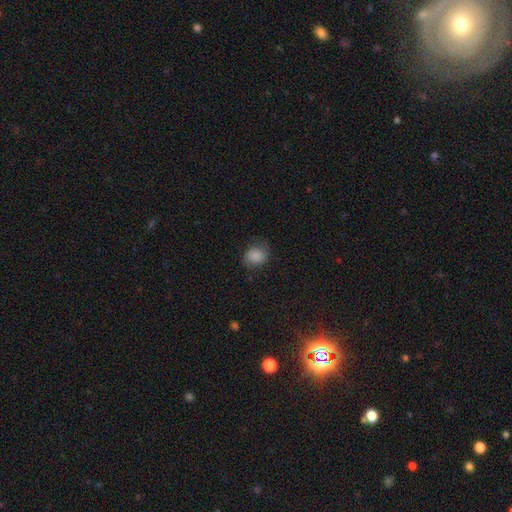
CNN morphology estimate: This appears to be a smooth galaxy with no disk features (79%) that is round (58%). Merging: none (67%).